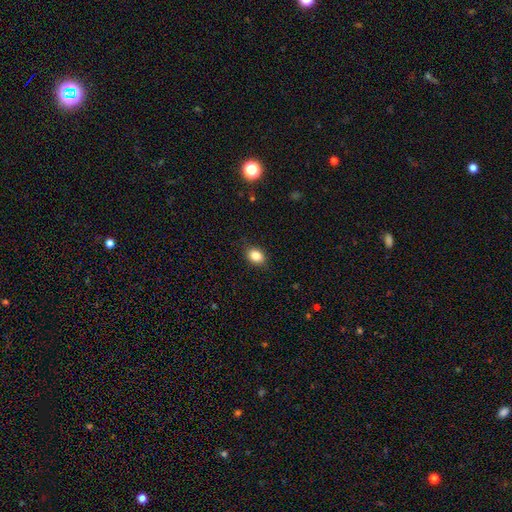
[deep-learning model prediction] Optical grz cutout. It shows a smooth galaxy with no disk features (84%) that is in between round and cigar-shaped (71%). Merging: none (86%).